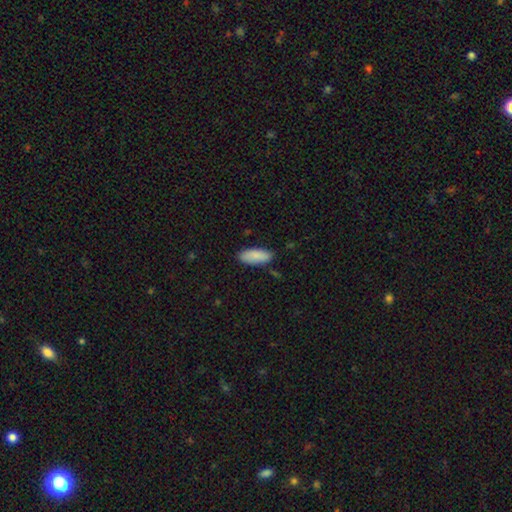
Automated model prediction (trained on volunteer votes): Smooth or featured?
  - smooth: 88% *
  - star or artifact: 6%
  - featured or disk: 6%
How rounded?
  - in between: 81% *
  - cigar-shaped: 18%
  - round: 2%
Merging?
  - none: 84% *
  - minor disturbance: 12%
  - major disturbance: 2%
  - merger: 2%